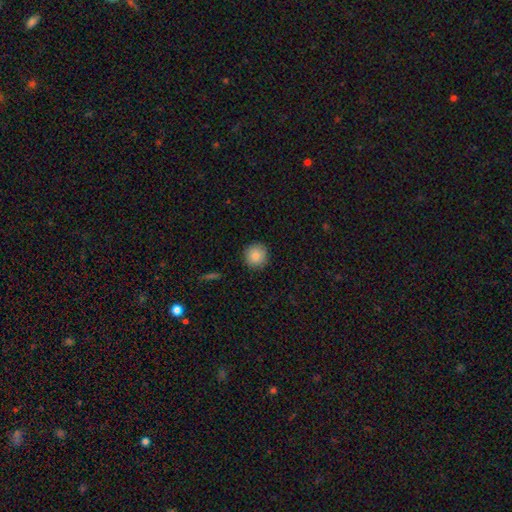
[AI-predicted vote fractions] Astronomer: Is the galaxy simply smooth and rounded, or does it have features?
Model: smooth — 86%.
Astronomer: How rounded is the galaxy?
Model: round — 94%.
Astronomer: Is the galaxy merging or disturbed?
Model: none — 90%.